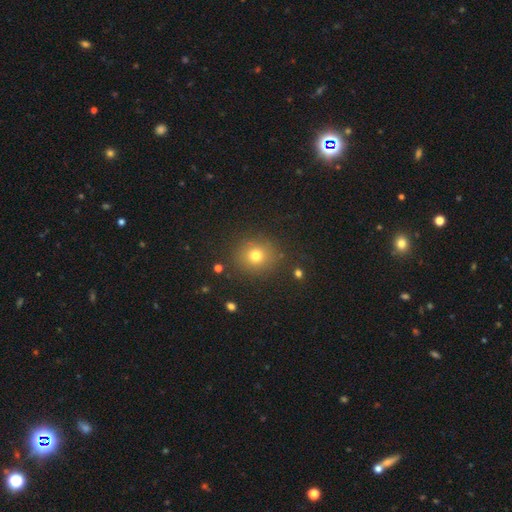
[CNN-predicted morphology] Overall: smooth (74%). How rounded: round (86%). Merging: none (87%).